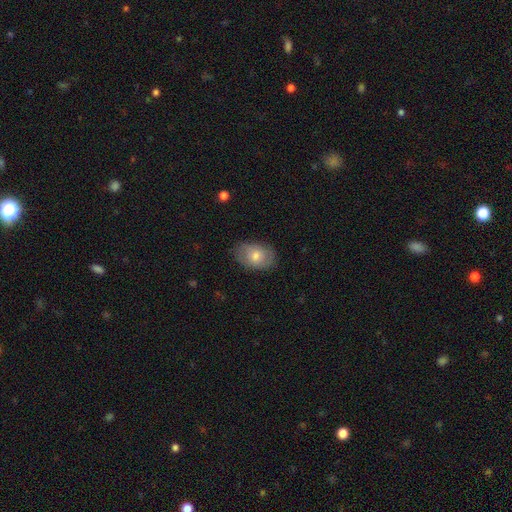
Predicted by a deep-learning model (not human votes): Overall: smooth (65%; featured or disk 28%). How rounded: in between (81%). Merging: none (78%).